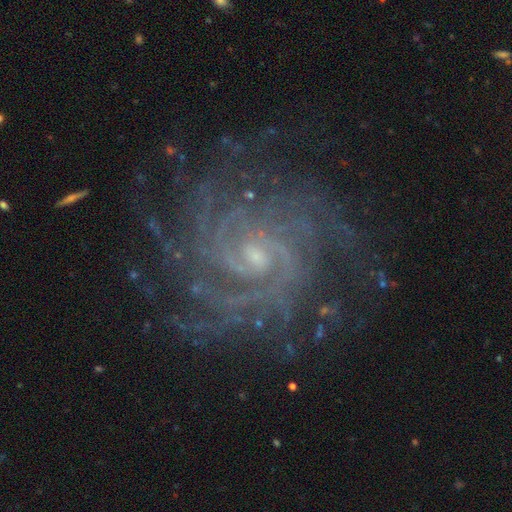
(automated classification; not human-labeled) Smooth or featured? Predicted: featured or disk (p=0.90). Edge-on disk? Predicted: no (p=0.98). Bar? Predicted: no (p=0.50). Spiral arms? Predicted: yes (p=0.98). Spiral winding? Predicted: tight (p=0.74). Spiral arm count? Predicted: more than 4 (p=0.23). Bulge size? Predicted: small (p=0.75). Merging? Predicted: none (p=0.80).